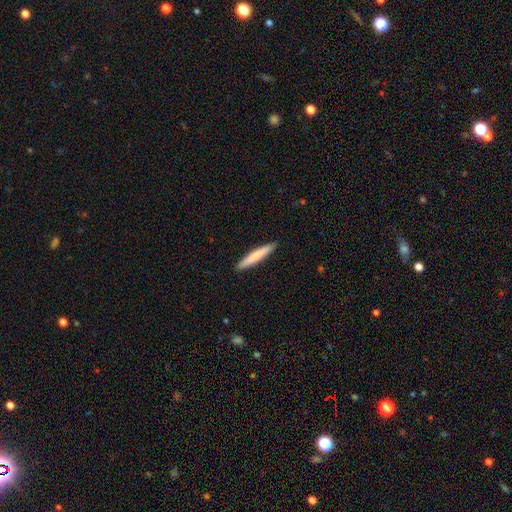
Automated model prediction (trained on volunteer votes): Overall: smooth (76%). How rounded: cigar-shaped (94%). Merging: none (92%).